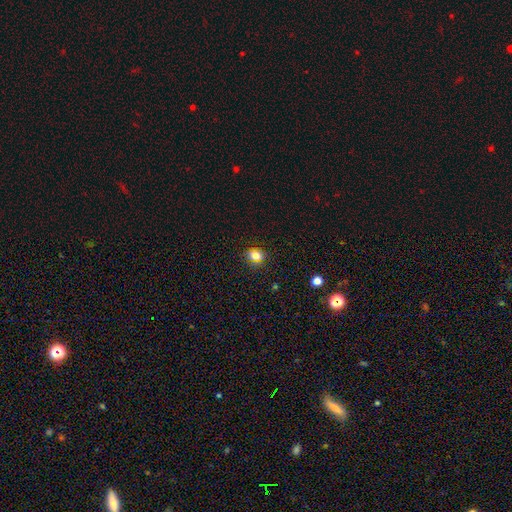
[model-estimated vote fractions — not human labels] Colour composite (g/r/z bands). It shows a smooth galaxy with no disk features (76%) that is round (59%). Merging: none (84%).